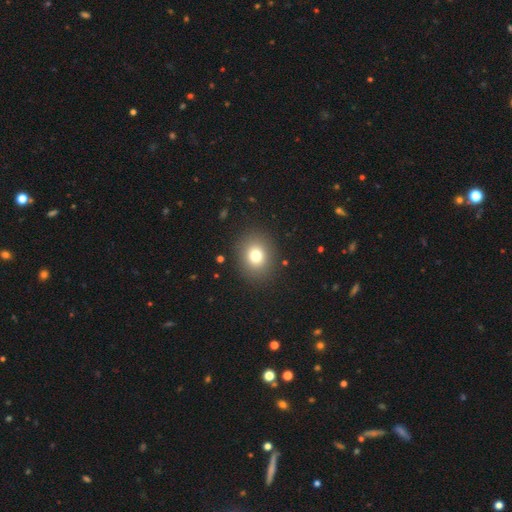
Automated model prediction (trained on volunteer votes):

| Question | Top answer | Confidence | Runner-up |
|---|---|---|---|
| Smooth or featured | smooth | 77% | star or artifact (13%) |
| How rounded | round | 66% | in between (34%) |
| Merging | none | 89% | minor disturbance (7%) |